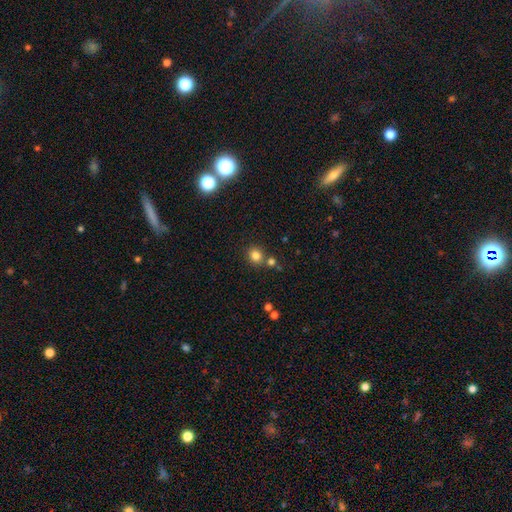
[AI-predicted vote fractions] A smooth galaxy with no disk features (82%) that is round (81%). Merging: none (73%).